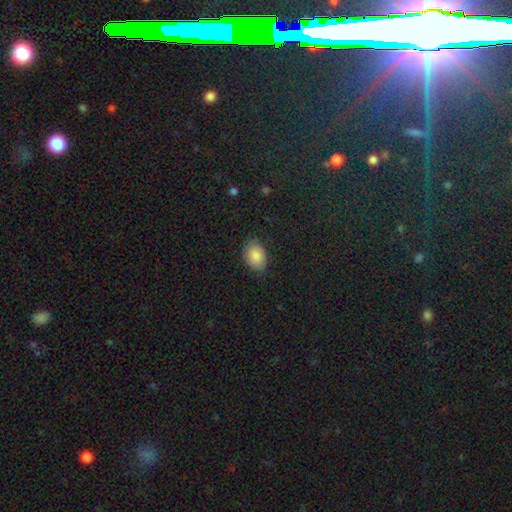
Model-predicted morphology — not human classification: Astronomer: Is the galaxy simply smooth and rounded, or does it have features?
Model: smooth — 87%.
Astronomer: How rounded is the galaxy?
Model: in between — 81%.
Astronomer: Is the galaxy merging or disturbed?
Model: none — 83%.